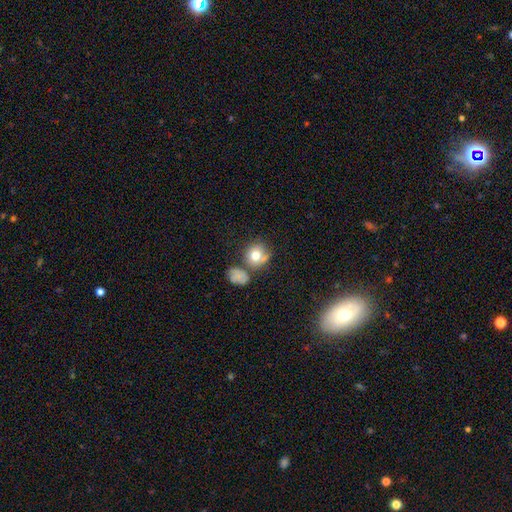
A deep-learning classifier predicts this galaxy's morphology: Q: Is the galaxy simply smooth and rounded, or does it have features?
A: smooth — 74%.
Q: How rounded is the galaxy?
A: round — 80%.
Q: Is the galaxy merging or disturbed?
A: none — 53%.